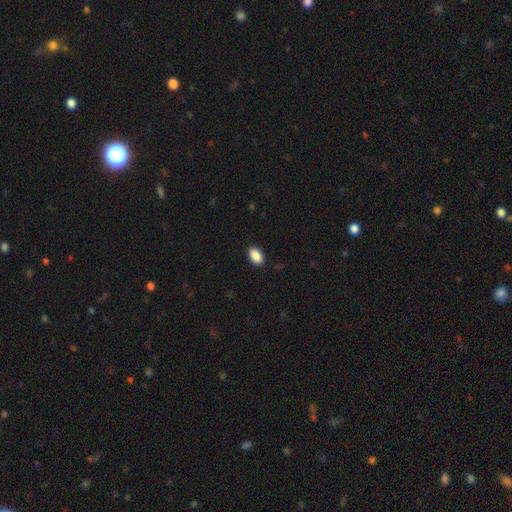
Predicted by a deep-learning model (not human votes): This appears to be a smooth galaxy with no disk features (90%) that is in between round and cigar-shaped (92%). Merging: none (89%).